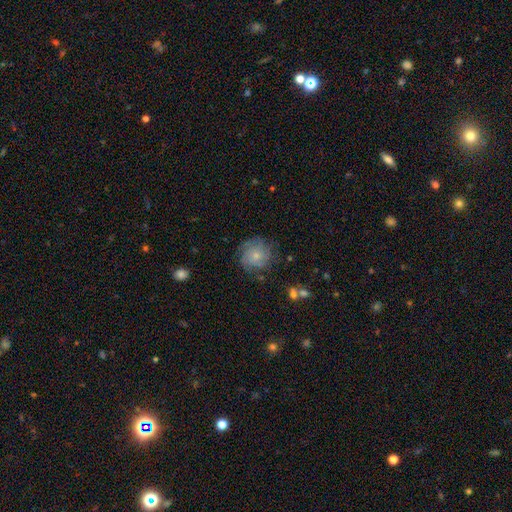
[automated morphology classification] featured or disk 58%, smooth 33%, star or artifact 9%. Down the decision tree: edge-on disk — no (97%); bar — no (83%); spiral arms — yes (86%); bulge size — small (65%); merging — none (73%).